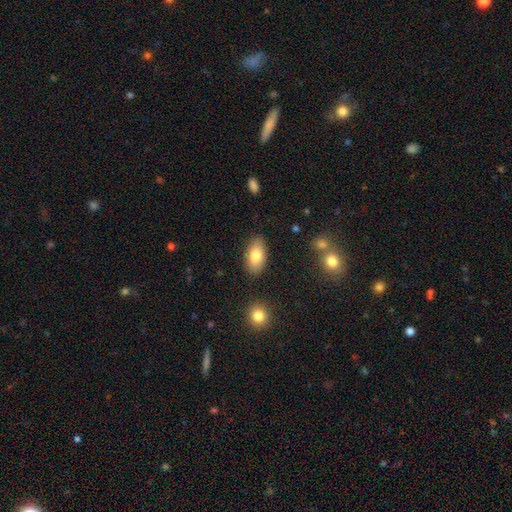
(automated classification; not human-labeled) This appears to be a smooth galaxy with no disk features (83%) that is in between round and cigar-shaped (92%). Merging: none (84%).